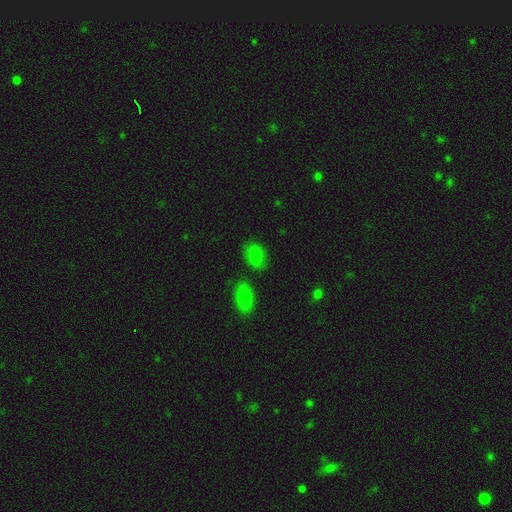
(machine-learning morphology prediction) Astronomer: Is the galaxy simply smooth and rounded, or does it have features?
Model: smooth — 82%.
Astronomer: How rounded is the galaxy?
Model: in between — 78%.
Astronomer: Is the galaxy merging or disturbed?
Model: none — 75%.